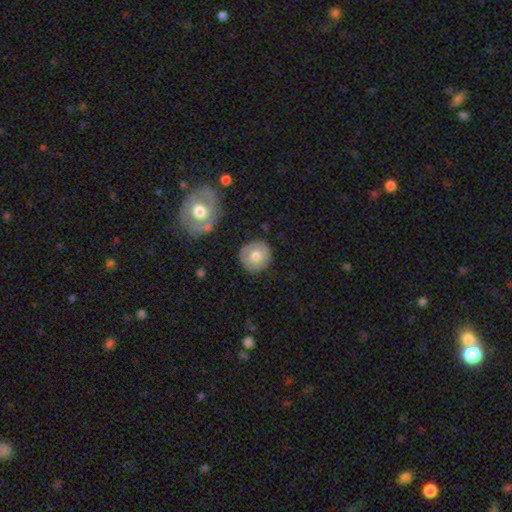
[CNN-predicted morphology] A smooth galaxy with no disk features (65%) that is round (92%). Merging: none (87%).